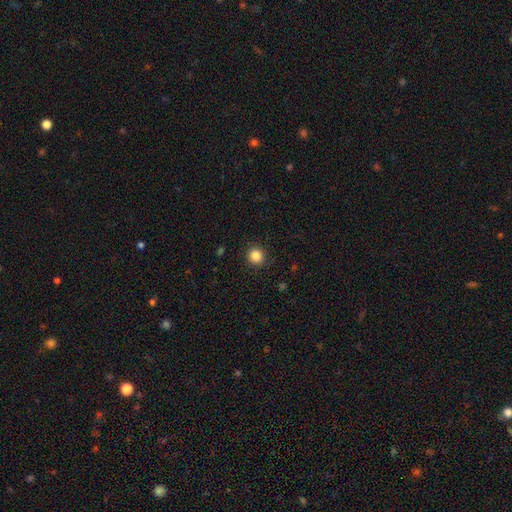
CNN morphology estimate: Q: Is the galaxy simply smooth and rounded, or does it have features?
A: smooth — 86%.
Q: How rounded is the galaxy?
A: round — 90%.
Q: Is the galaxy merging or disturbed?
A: none — 90%.